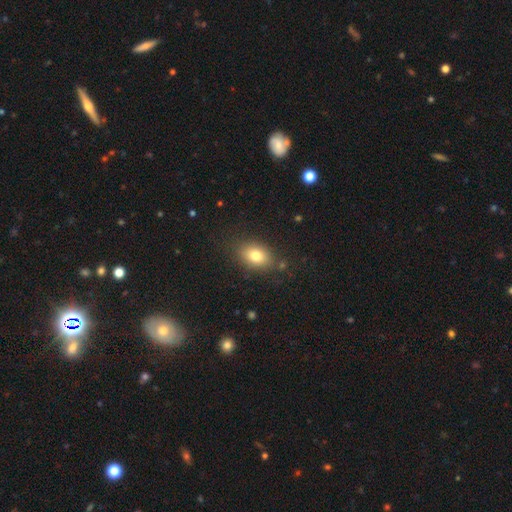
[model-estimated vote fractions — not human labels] This is likely a smooth galaxy (78%). How rounded: likely in between (76%). Merging: clearly none (81%).